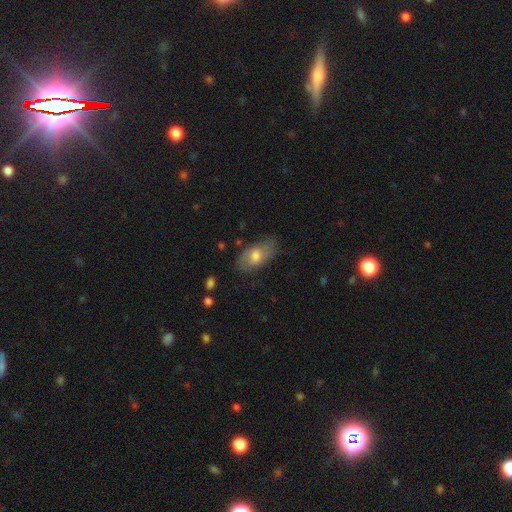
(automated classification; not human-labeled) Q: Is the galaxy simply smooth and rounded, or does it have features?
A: smooth — 66%.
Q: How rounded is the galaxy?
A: in between — 91%.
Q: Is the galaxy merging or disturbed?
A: none — 71%.